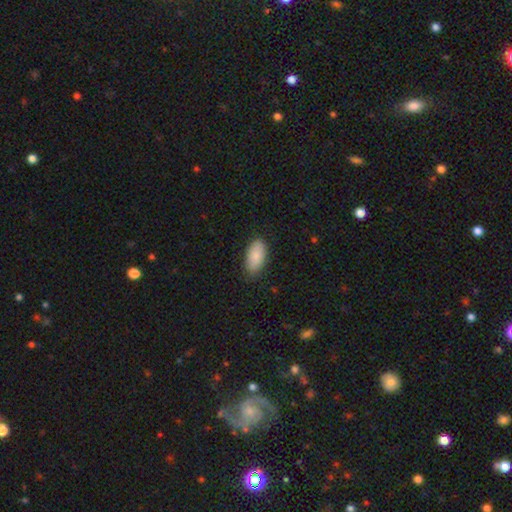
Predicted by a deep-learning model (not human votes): smooth 85%, featured or disk 9%, star or artifact 7%. Down the decision tree: how rounded — in between (93%); merging — none (82%).